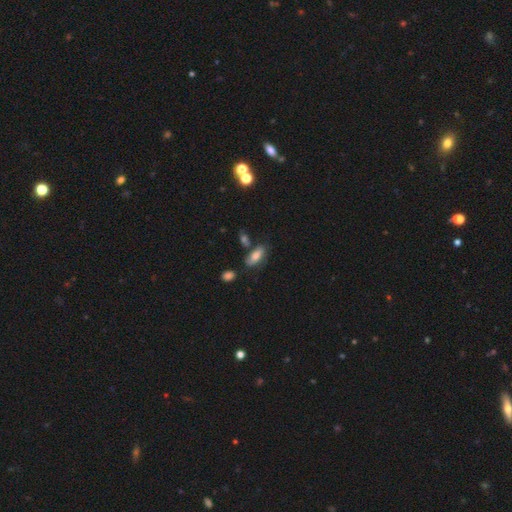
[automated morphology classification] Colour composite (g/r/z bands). It shows a smooth galaxy with no disk features (71%) that is in between round and cigar-shaped (83%). Merging: none (63%).